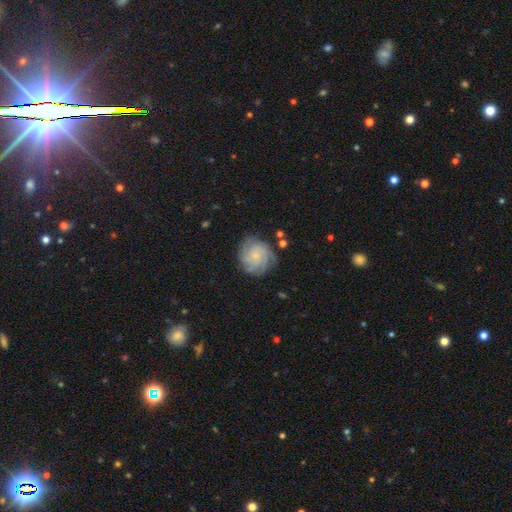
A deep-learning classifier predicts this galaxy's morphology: Overall: featured or disk (71%). Edge-on disk: no (98%). Bar: no (78%). Spiral arms: yes (94%). Spiral arm count: can't tell (33%; 4 23%). Spiral winding: tight (65%; medium 27%). Bulge size: small (68%). Merging: none (73%).